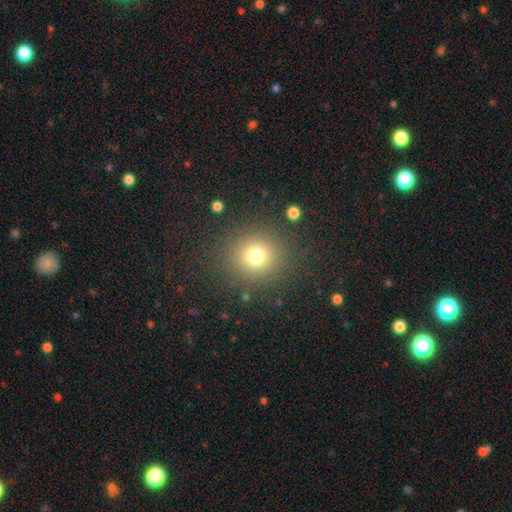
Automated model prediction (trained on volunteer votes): Morphology: type=smooth (75%); roundness=round (92%); merging=none (86%).